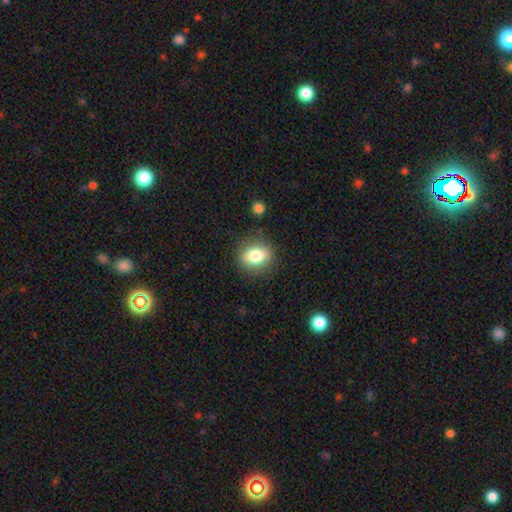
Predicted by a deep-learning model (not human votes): Overall: smooth (78%). How rounded: in between (51%; round 47%). Merging: none (85%).